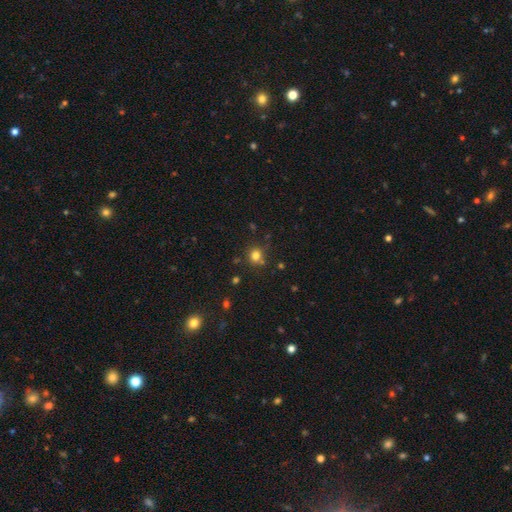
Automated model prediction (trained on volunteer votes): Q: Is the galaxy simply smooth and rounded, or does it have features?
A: smooth — 78%.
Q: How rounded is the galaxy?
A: round — 86%.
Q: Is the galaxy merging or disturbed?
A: none — 77%.